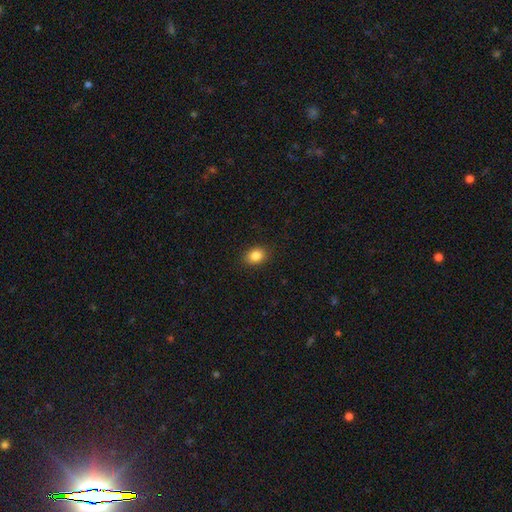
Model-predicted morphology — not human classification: type=smooth (86%); roundness=in between (60%); merging=none (89%).